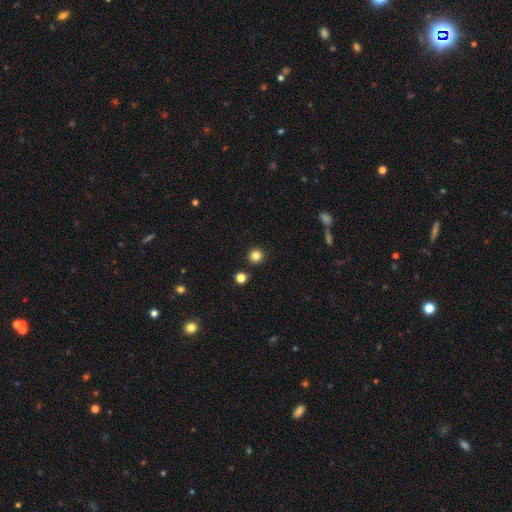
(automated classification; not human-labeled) Smooth or featured?
  - smooth: 82% *
  - star or artifact: 13%
  - featured or disk: 5%
How rounded?
  - round: 95% *
  - in between: 4%
  - cigar-shaped: 1%
Merging?
  - none: 91% *
  - minor disturbance: 5%
  - merger: 3%
  - major disturbance: 2%